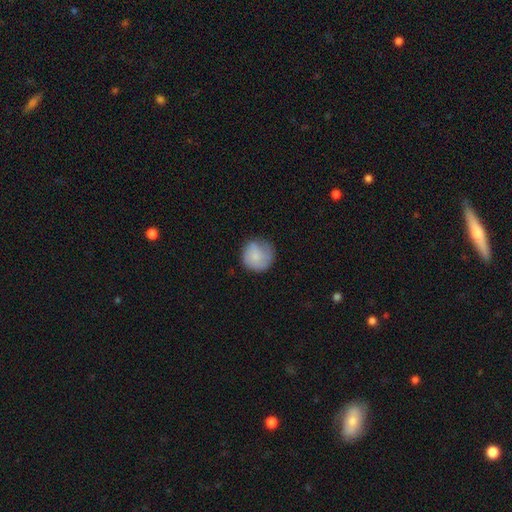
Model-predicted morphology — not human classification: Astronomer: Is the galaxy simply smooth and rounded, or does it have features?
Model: smooth — 76%.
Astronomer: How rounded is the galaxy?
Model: round — 92%.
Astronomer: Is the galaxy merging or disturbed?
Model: none — 70%.